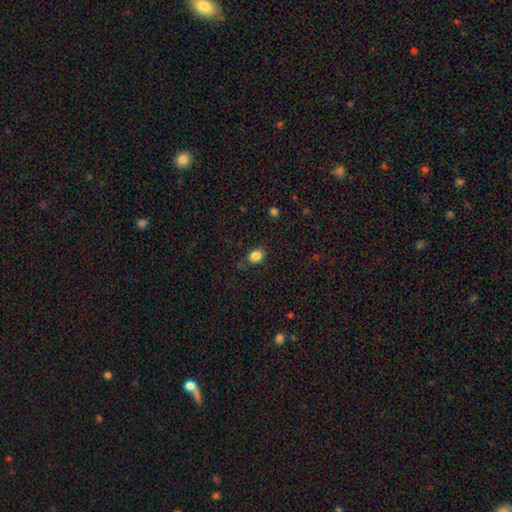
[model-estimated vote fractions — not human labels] A smooth galaxy with no disk features (84%) that is in between round and cigar-shaped (61%). Merging: none (80%).